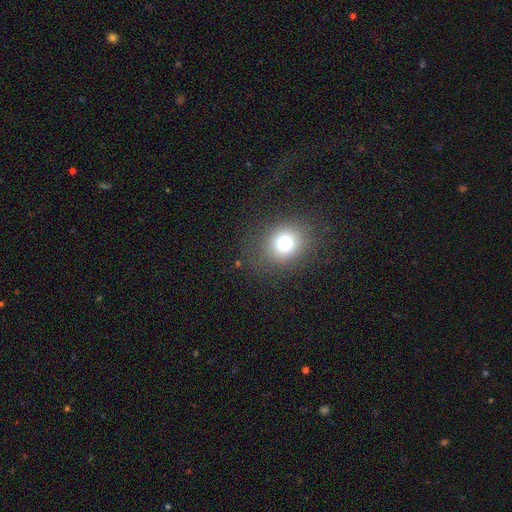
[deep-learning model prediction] A smooth galaxy with no disk features (71%) that is round (72%). Merging: none (80%).